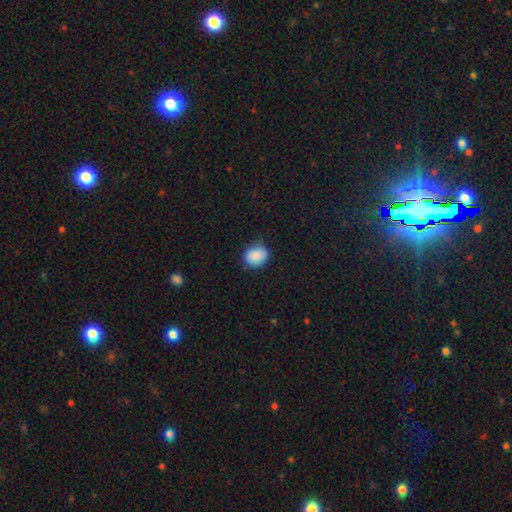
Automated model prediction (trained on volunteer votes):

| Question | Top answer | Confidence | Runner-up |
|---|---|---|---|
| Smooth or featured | smooth | 86% | star or artifact (7%) |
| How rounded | round | 53% | in between (46%) |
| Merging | none | 71% | minor disturbance (24%) |